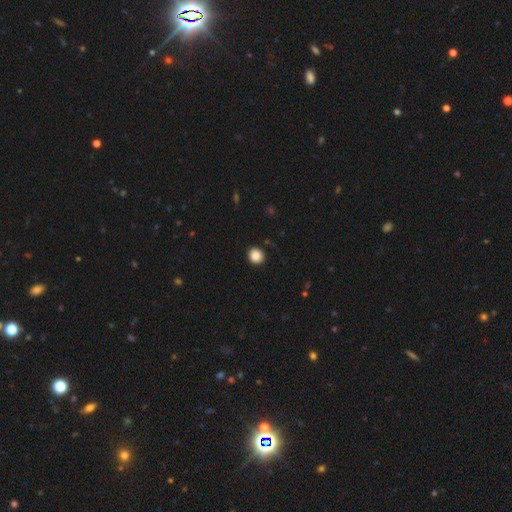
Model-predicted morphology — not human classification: Smooth or featured?
  - smooth: 87% *
  - star or artifact: 9%
  - featured or disk: 3%
How rounded?
  - round: 85% *
  - in between: 14%
  - cigar-shaped: 1%
Merging?
  - none: 91% *
  - minor disturbance: 6%
  - major disturbance: 2%
  - merger: 1%